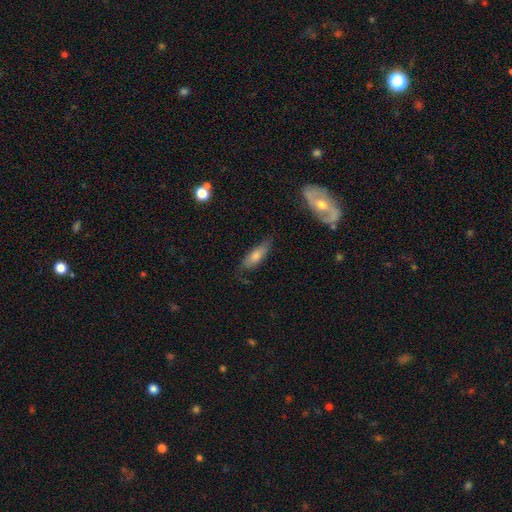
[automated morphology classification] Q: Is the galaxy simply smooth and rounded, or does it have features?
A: smooth — 59%.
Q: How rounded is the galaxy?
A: in between — 51%.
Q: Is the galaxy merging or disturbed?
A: none — 68%.